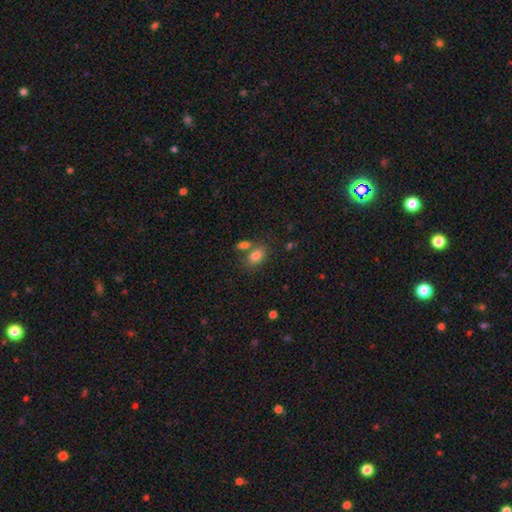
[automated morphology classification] Smooth or featured? smooth (82%)
How rounded? in between (83%)
Merging? none (58%)